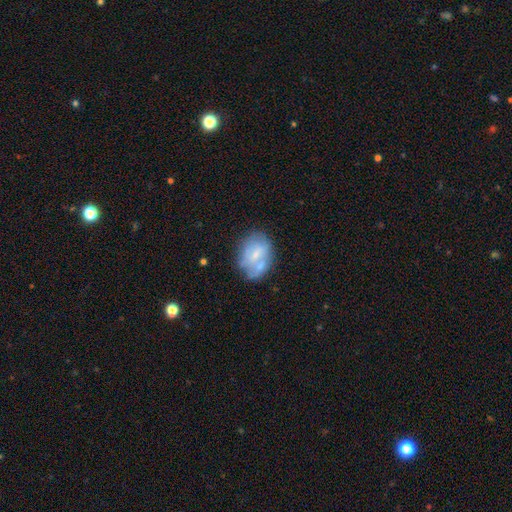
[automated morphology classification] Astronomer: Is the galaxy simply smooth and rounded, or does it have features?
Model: smooth — 46%, tied with featured or disk at 46%.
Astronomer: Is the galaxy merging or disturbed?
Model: none — 48% (runner-up: minor disturbance, 24%).